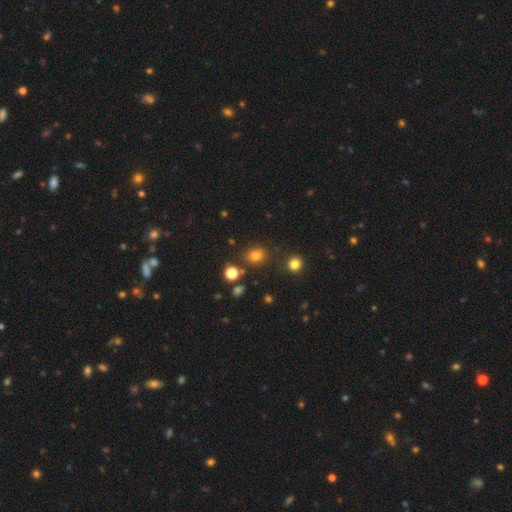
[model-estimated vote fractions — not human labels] smooth_or_featured: smooth (p=0.78) [alt: star or artifact p=0.16]
how_rounded: round (p=0.72) [alt: in between p=0.27]
merging: none (p=0.81) [alt: minor disturbance p=0.10]